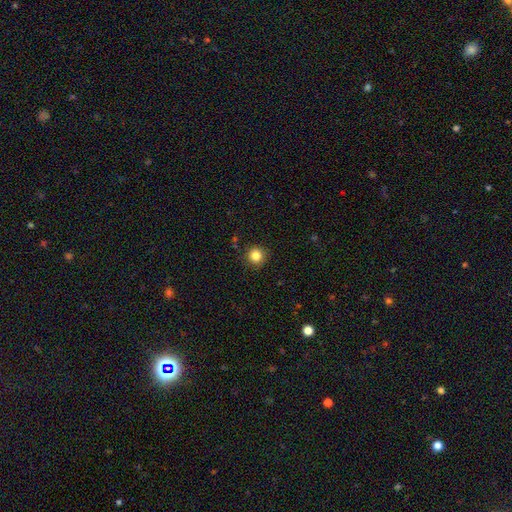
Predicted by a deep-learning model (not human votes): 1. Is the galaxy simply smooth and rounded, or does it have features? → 83% smooth, 12% star or artifact, 5% featured or disk.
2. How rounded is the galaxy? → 94% round, 5% in between, 1% cigar-shaped.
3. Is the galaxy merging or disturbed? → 90% none, 6% minor disturbance, 2% major disturbance, 1% merger.